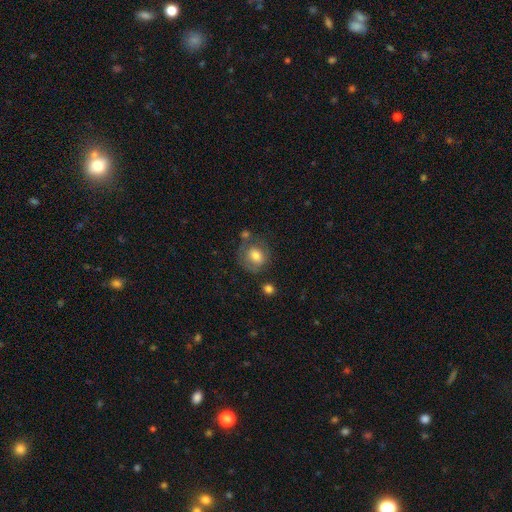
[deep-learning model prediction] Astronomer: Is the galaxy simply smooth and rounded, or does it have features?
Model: smooth — 69%.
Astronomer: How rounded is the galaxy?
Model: round — 75%.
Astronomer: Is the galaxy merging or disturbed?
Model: none — 57%.